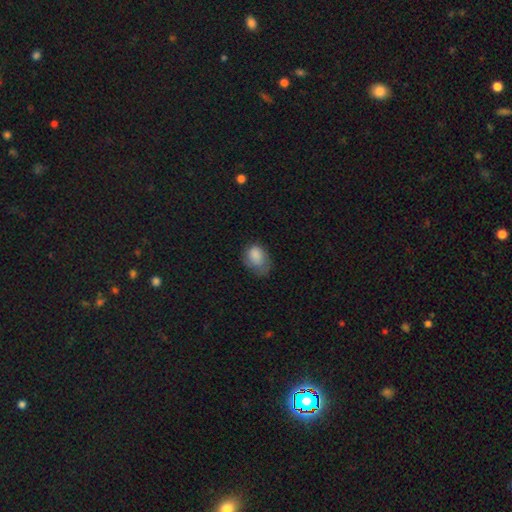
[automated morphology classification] This appears to be a smooth galaxy with no disk features (82%) that is in between round and cigar-shaped (72%). Merging: none (40%).